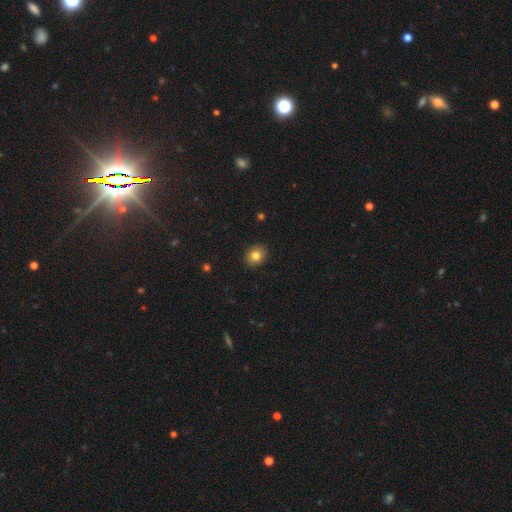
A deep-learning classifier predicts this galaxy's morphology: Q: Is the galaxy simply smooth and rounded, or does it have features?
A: smooth — 81%.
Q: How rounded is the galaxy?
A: round — 62%.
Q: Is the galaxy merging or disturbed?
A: none — 90%.